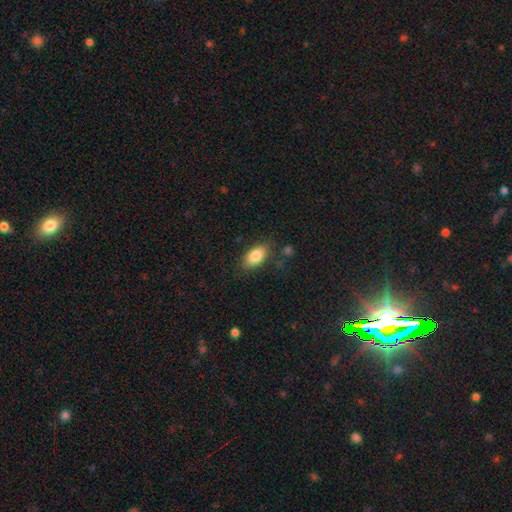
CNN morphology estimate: This is clearly a smooth galaxy (84%). How rounded: clearly in between (91%). Merging: likely none (79%).